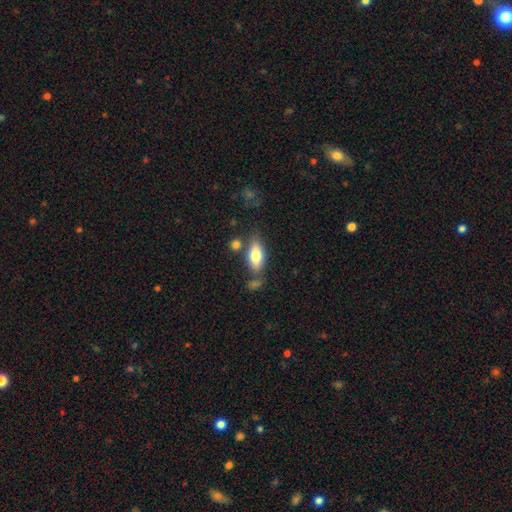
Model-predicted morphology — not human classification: The model was most divided on "merging": none: 67%, minor disturbance: 16%, merger: 12%, major disturbance: 5%. More confident: how rounded — in between (83%); smooth or featured — smooth (76%).